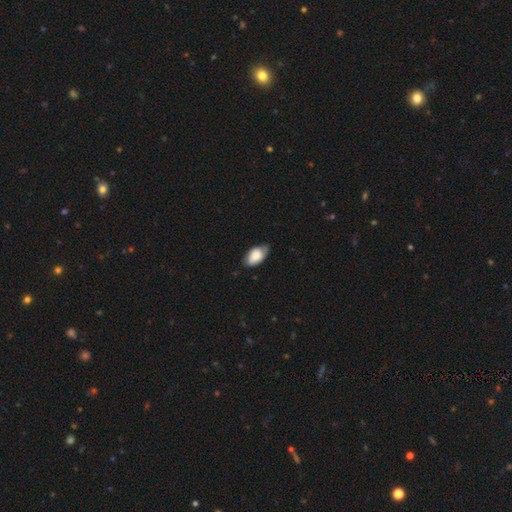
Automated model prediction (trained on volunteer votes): A smooth galaxy with no disk features (76%) that is in between round and cigar-shaped (94%).

Vote fractions:
- Smooth or featured? smooth: 76% / featured or disk: 17% / star or artifact: 7%
- How rounded? in between: 94% / round: 4% / cigar-shaped: 2%
- Merging? none: 62% / minor disturbance: 31% / major disturbance: 5% / merger: 1%